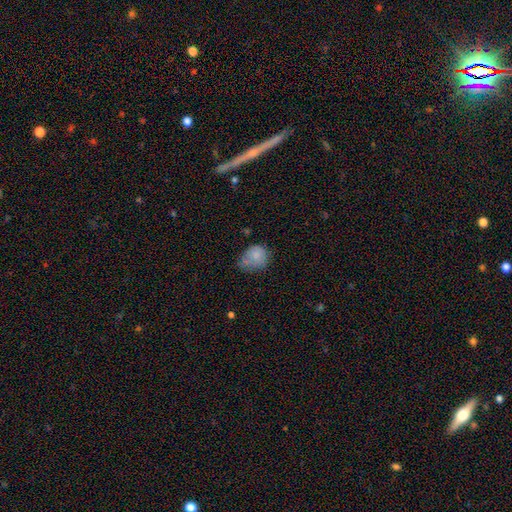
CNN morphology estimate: This appears to be a smooth galaxy with no disk features (79%) that is round (61%). Merging: none (40%).